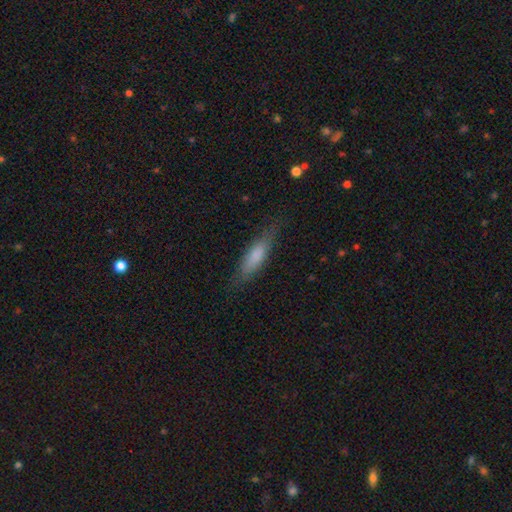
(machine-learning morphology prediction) type=smooth (74%); roundness=cigar-shaped (64%); merging=none (77%).